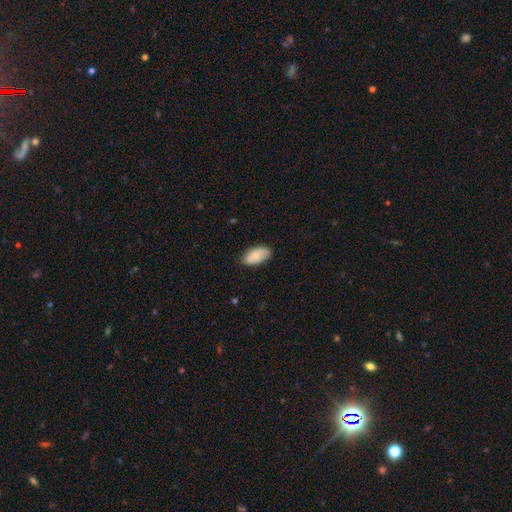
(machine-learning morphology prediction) Smooth or featured? Predicted: smooth (p=0.78). How rounded? Predicted: in between (p=0.94). Merging? Predicted: none (p=0.80).